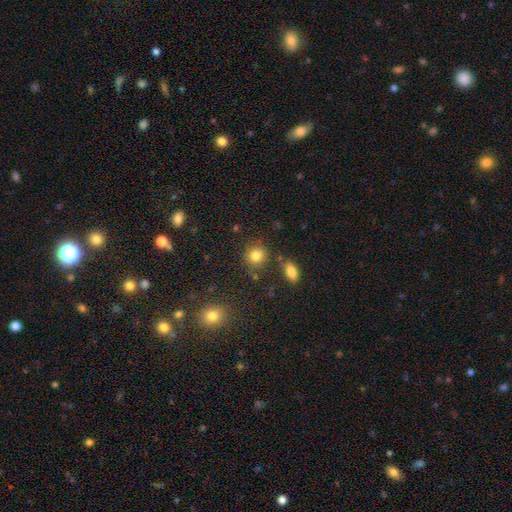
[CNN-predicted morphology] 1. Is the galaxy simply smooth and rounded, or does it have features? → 82% smooth, 12% star or artifact, 7% featured or disk.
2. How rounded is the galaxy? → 81% round, 18% in between, 1% cigar-shaped.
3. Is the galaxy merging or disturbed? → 79% none, 11% minor disturbance, 7% merger, 4% major disturbance.